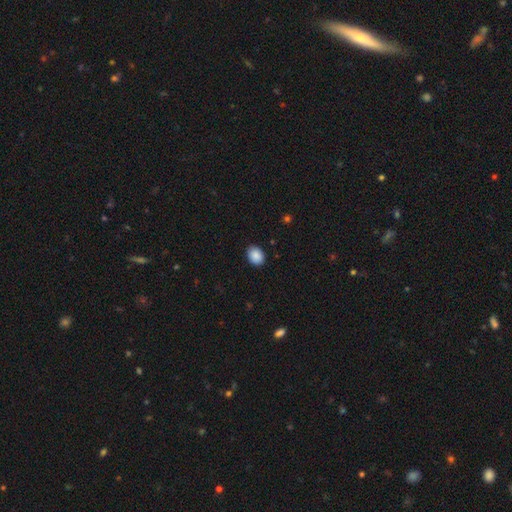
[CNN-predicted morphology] This is clearly a smooth galaxy (89%). How rounded: likely in between (62%). Merging: clearly none (88%).